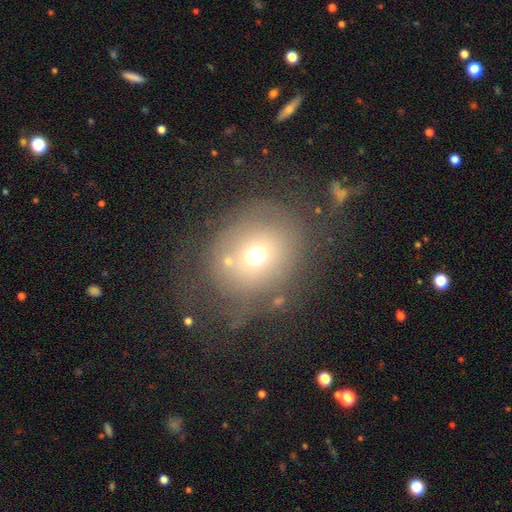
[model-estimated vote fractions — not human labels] This appears to be a smooth galaxy with no disk features (59%) that is round (74%). Merging: none (49%).